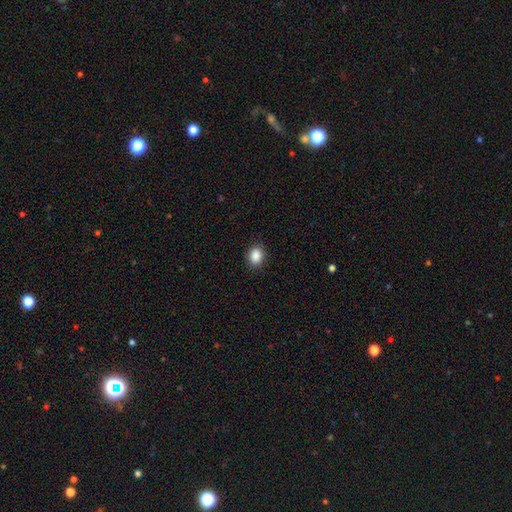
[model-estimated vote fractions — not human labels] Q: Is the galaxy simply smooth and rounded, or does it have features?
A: smooth — 88%.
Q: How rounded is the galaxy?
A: in between — 54%.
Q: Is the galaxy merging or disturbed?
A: none — 89%.